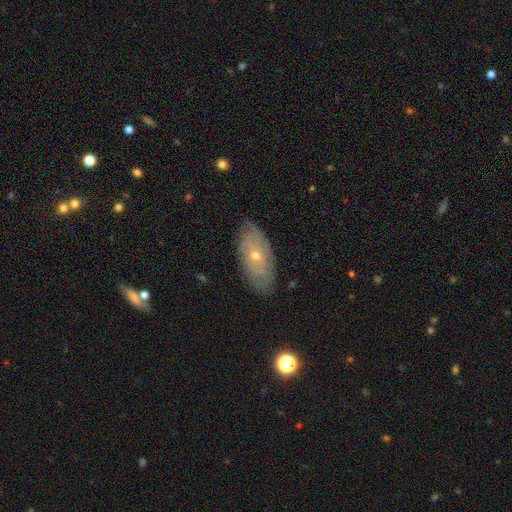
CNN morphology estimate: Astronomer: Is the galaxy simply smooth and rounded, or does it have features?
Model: featured or disk — 53% (runner-up: smooth, 40%).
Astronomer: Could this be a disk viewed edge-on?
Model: no — 84%.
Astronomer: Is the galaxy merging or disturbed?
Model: none — 78%.